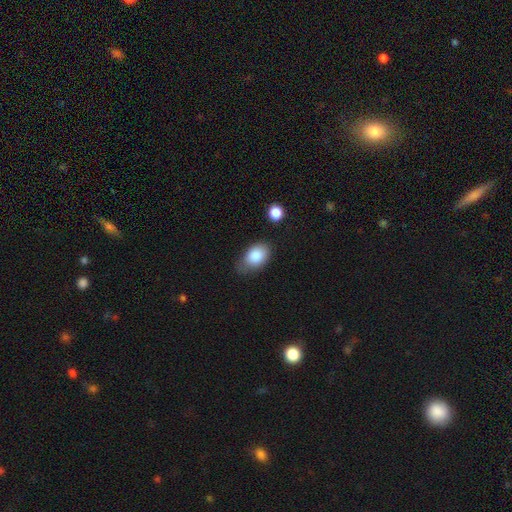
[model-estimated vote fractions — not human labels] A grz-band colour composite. It shows a smooth galaxy with no disk features (84%) that is in between round and cigar-shaped (86%). Merging: none (59%).